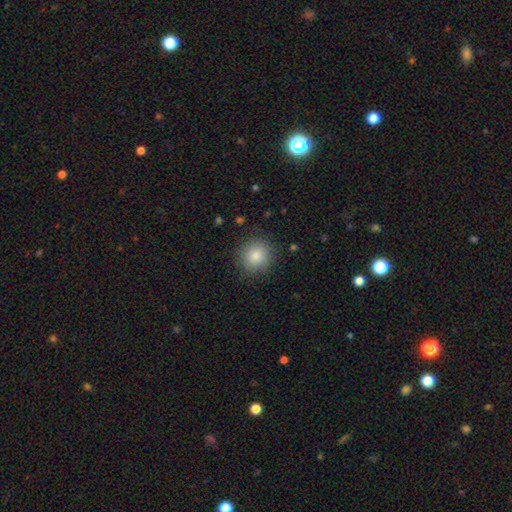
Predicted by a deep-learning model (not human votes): smooth_or_featured: smooth (p=0.86) [alt: star or artifact p=0.09]
how_rounded: round (p=0.90) [alt: in between p=0.09]
merging: none (p=0.87) [alt: minor disturbance p=0.09]